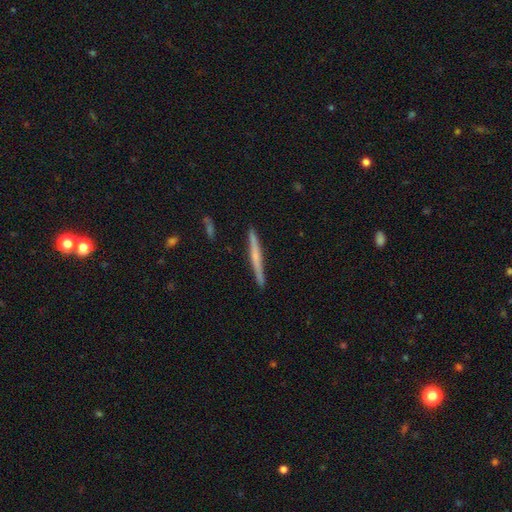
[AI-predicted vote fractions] Smooth or featured: featured or disk — 59% (smooth — 35%)
Edge-on disk: yes — 98% (no — 2%)
Edge-on bulge: none — 47% (rounded — 44%)
Merging: none — 90% (minor disturbance — 7%)